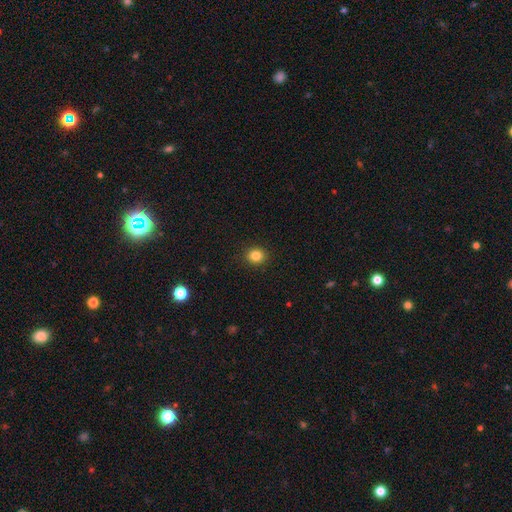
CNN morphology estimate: Smooth or featured: smooth — 84% (star or artifact — 11%)
How rounded: round — 79% (in between — 20%)
Merging: none — 91% (minor disturbance — 6%)